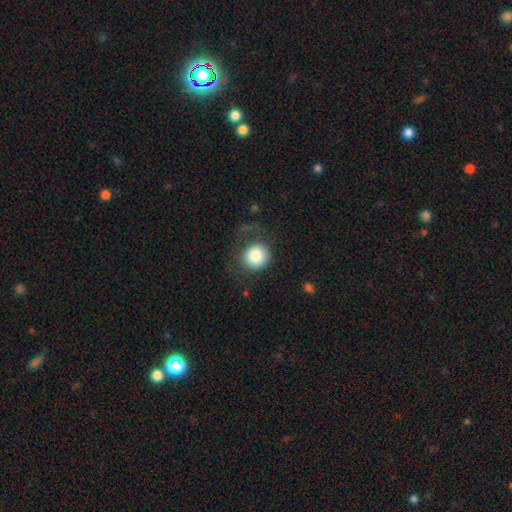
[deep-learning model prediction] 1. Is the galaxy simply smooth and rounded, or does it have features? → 84% smooth, 8% featured or disk, 8% star or artifact.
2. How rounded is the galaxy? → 90% round, 9% in between, 1% cigar-shaped.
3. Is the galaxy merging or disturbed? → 57% none, 21% major disturbance, 20% minor disturbance, 2% merger.